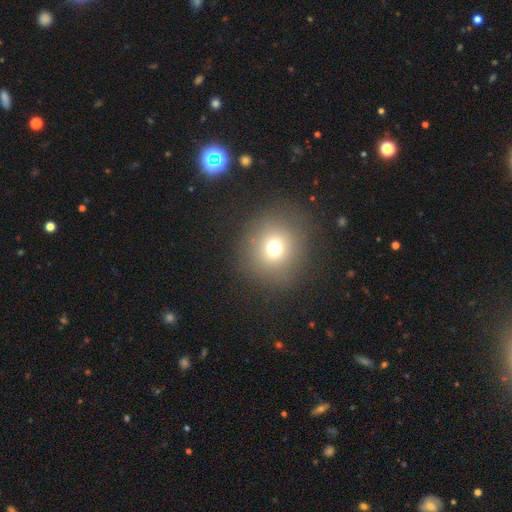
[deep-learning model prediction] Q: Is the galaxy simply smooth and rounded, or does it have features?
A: smooth — 66%.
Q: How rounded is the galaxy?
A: round — 91%.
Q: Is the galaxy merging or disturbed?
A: none — 90%.